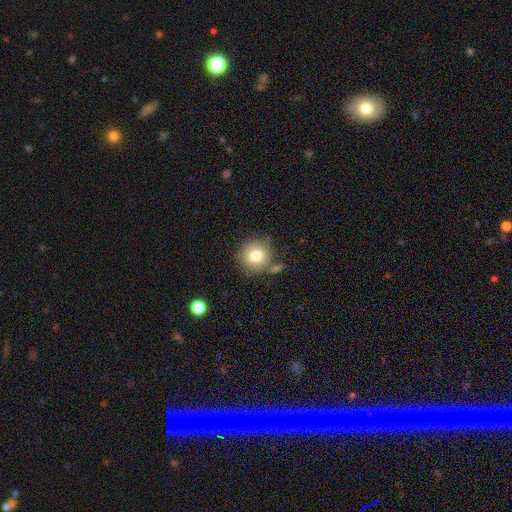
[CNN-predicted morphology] Smooth or featured? Predicted: smooth (p=0.77). How rounded? Predicted: round (p=0.92). Merging? Predicted: none (p=0.73).